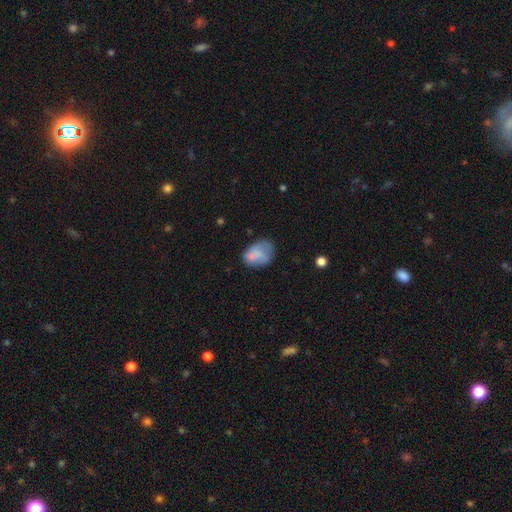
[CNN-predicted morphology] Smooth or featured: smooth — 71% (featured or disk — 19%)
How rounded: in between — 77% (round — 22%)
Merging: none — 46% (minor disturbance — 32%)